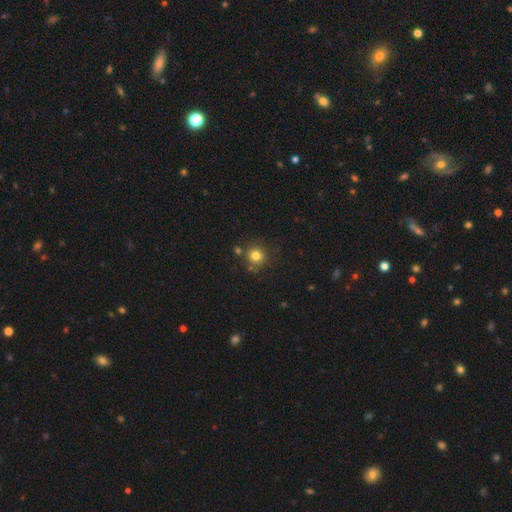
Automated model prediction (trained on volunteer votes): Smooth or featured? Predicted: smooth (p=0.80). How rounded? Predicted: round (p=0.92). Merging? Predicted: none (p=0.77).